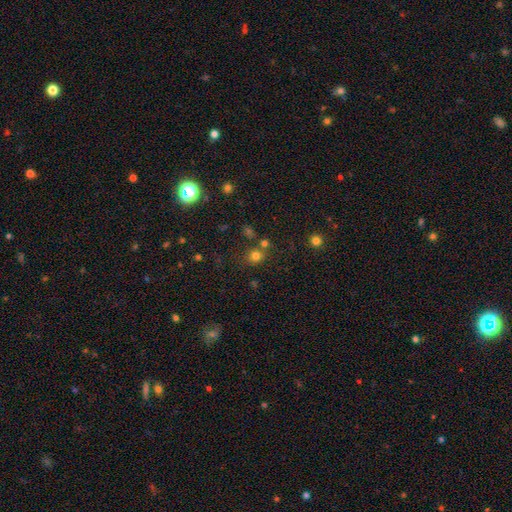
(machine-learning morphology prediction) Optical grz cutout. It shows a smooth galaxy with no disk features (74%) that is round (81%). Merging: none (67%).